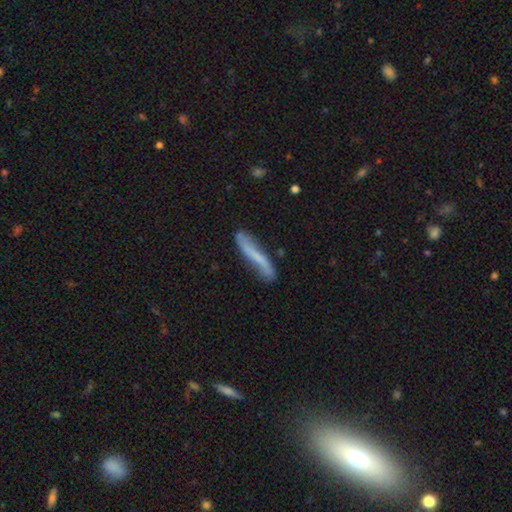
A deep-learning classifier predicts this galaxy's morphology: Smooth or featured: featured or disk — 51% (smooth — 42%)
Edge-on disk: no — 51% (yes — 49%)
Merging: none — 70% (minor disturbance — 21%)